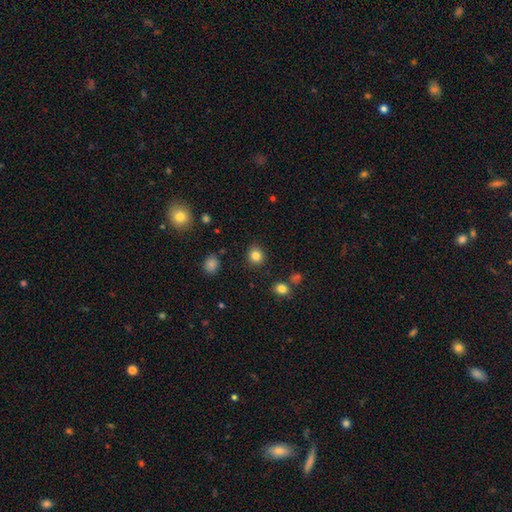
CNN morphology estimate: A smooth galaxy with no disk features (83%) that is round (83%). Merging: none (88%).